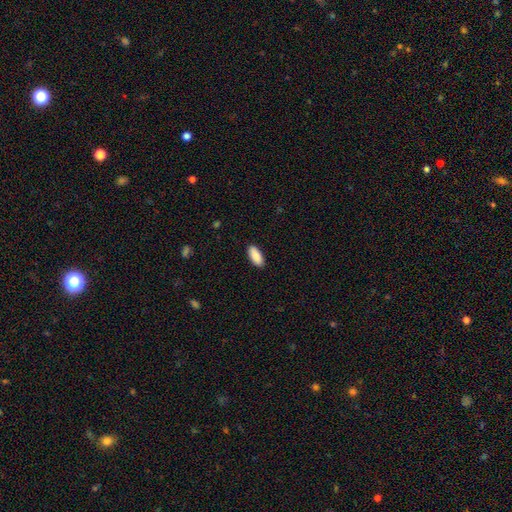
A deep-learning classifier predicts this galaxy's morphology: smooth 90%, star or artifact 6%, featured or disk 4%. Down the decision tree: how rounded — in between (85%); merging — none (90%).